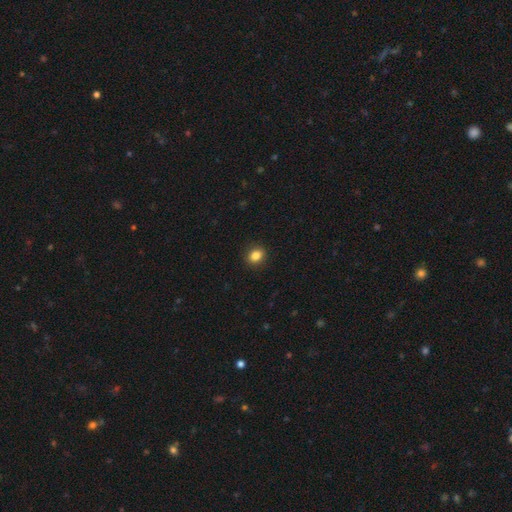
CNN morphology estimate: This appears to be a smooth galaxy with no disk features (85%) that is round (63%). Merging: none (91%).